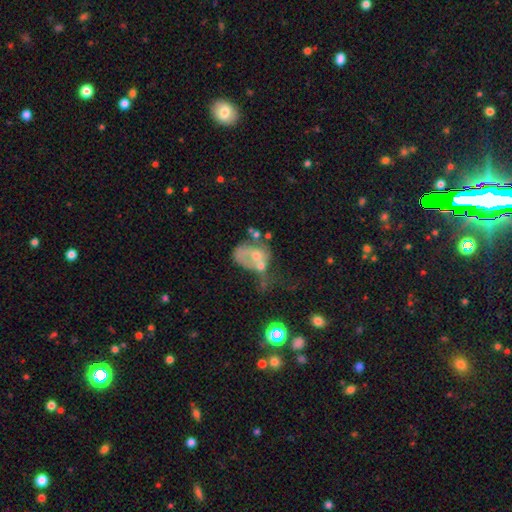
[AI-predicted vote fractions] A featured or disk galaxy (48%).

Vote fractions:
- Smooth or featured? featured or disk: 48% / smooth: 36% / star or artifact: 16%
- Merging? merger: 42% / major disturbance: 30% / none: 16% / minor disturbance: 12%